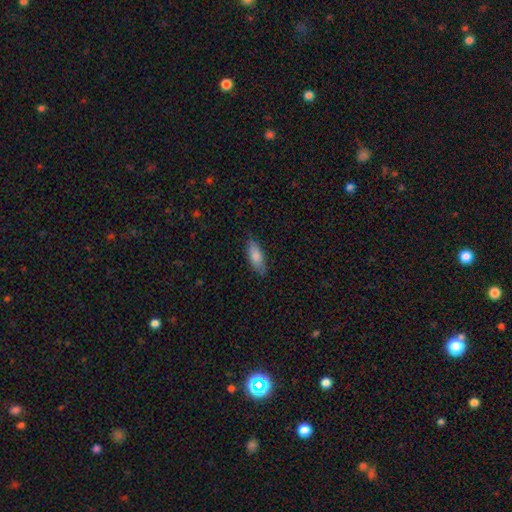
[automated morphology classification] Smooth or featured?
  - smooth: 84% *
  - featured or disk: 10%
  - star or artifact: 6%
How rounded?
  - in between: 74% *
  - cigar-shaped: 24%
  - round: 2%
Merging?
  - none: 81% *
  - minor disturbance: 15%
  - major disturbance: 3%
  - merger: 1%